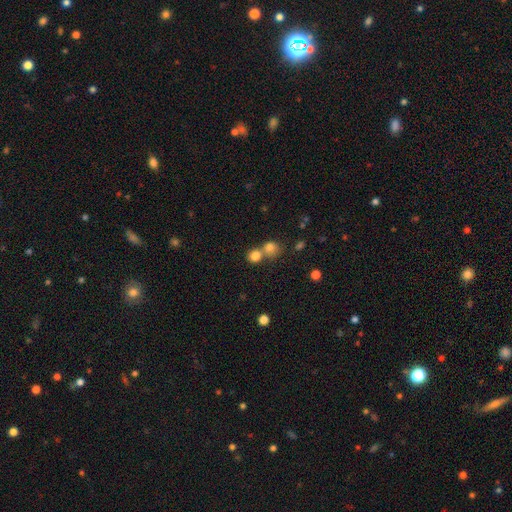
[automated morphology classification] This is clearly a smooth galaxy (80%). How rounded: clearly round (82%). Merging: possibly none (45%, tied with merger).